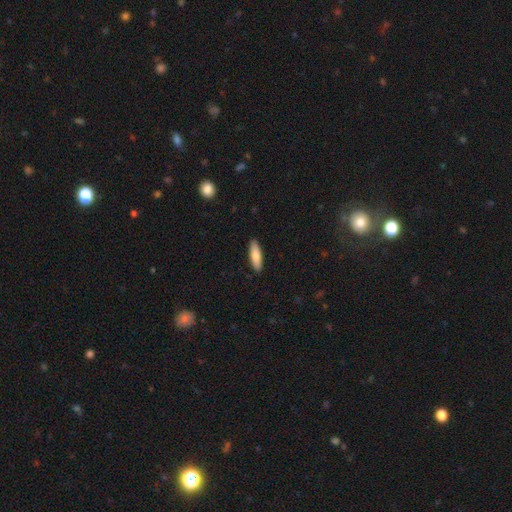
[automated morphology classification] smooth-or-featured: smooth: 81% | featured or disk: 14% | star or artifact: 5%
  how-rounded: cigar-shaped: 58% | in between: 41% | round: 2%
  merging: none: 90% | minor disturbance: 7% | major disturbance: 1% | merger: 1%